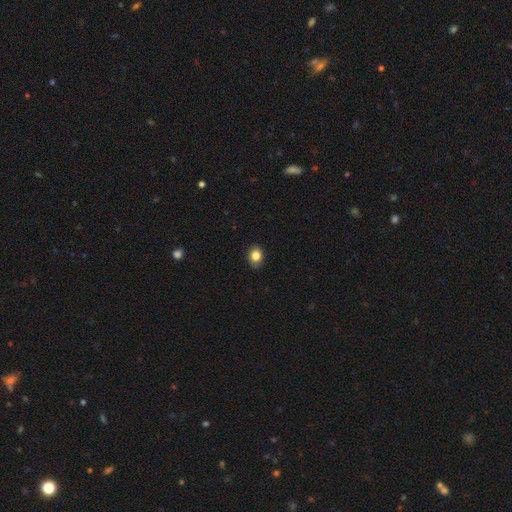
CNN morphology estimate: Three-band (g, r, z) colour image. It shows a smooth galaxy with no disk features (83%) that is round (54%). Merging: none (82%).